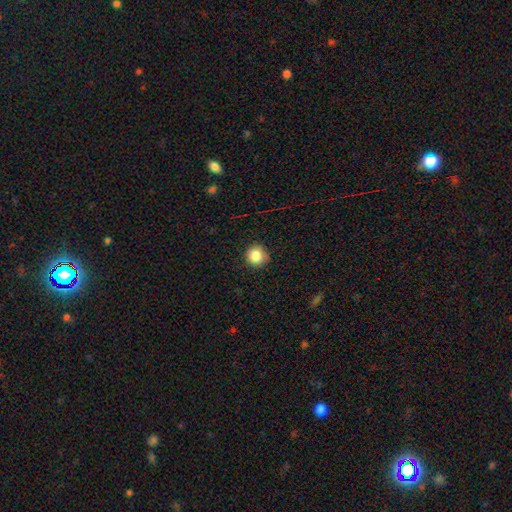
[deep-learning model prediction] This appears to be a smooth galaxy with no disk features (86%) that is round (93%). Merging: none (86%).